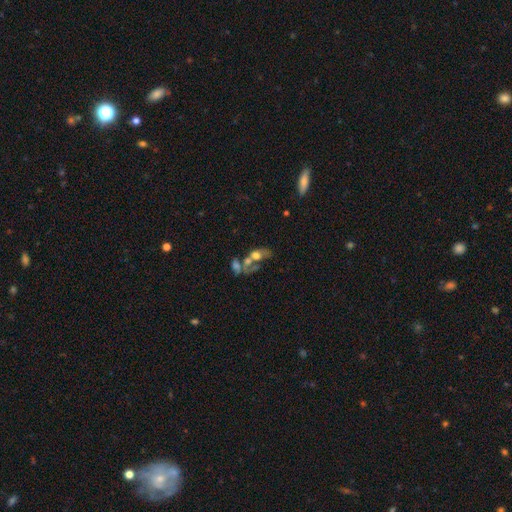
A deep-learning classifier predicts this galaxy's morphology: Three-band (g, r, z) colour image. It shows a smooth galaxy with no disk features (45%). Merging: merger (59%).